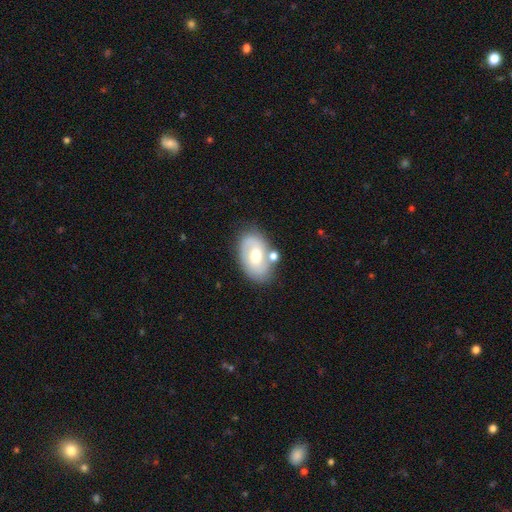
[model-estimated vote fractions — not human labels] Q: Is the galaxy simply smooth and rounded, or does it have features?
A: featured or disk — 49%.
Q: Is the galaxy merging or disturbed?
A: none — 64%.